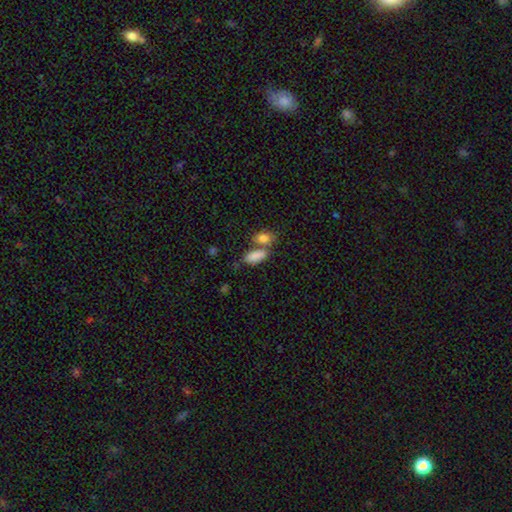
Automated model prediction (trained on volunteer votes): This is clearly a smooth galaxy (85%). How rounded: clearly in between (86%). Merging: possibly none (46%).